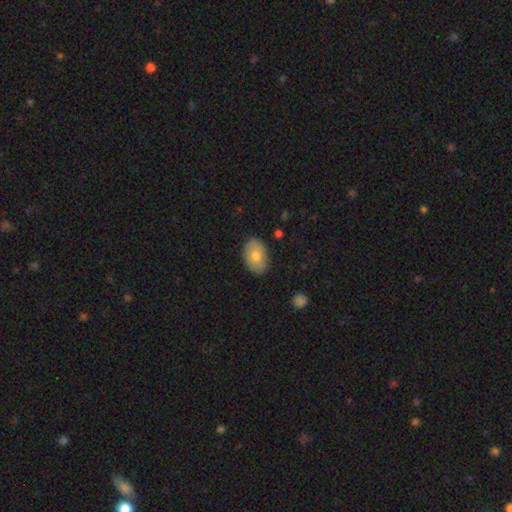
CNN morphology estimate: type=smooth (75%); roundness=in between (87%); merging=none (86%).